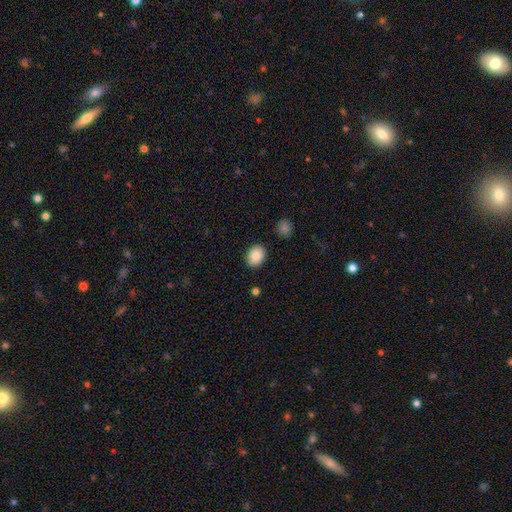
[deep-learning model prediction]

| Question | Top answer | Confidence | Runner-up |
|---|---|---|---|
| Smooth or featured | smooth | 88% | star or artifact (8%) |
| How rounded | in between | 64% | round (35%) |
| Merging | none | 88% | minor disturbance (8%) |